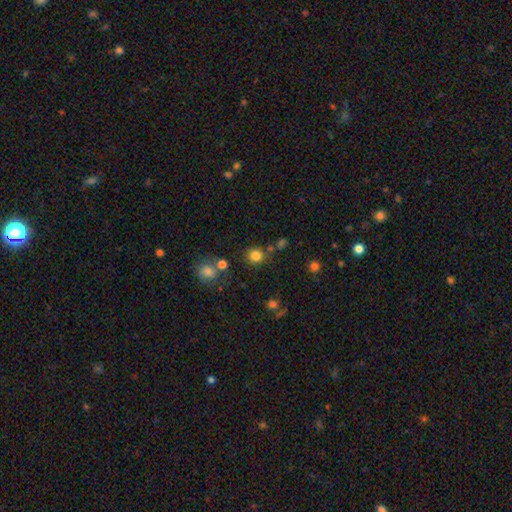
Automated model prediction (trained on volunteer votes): Morphology: type=smooth (80%); roundness=round (89%); merging=none (76%).